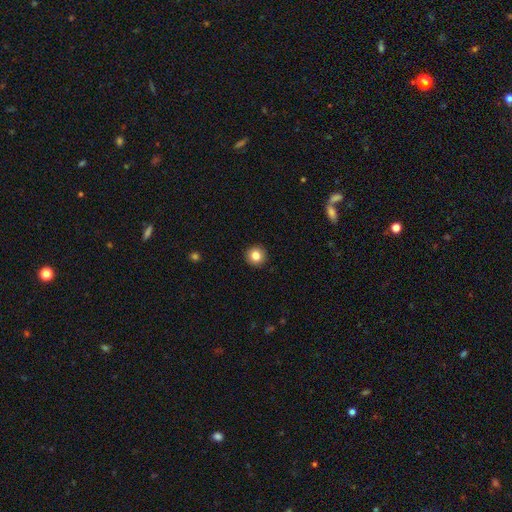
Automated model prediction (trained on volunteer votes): Smooth or featured: smooth — 83% (star or artifact — 10%)
How rounded: round — 95% (in between — 4%)
Merging: none — 93% (minor disturbance — 5%)